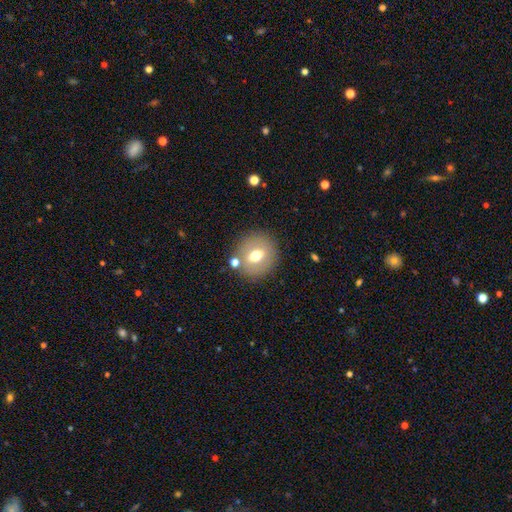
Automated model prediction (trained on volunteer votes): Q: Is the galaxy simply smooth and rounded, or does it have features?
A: smooth — 61%.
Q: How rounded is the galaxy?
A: round — 76%.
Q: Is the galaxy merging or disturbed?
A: none — 79%.